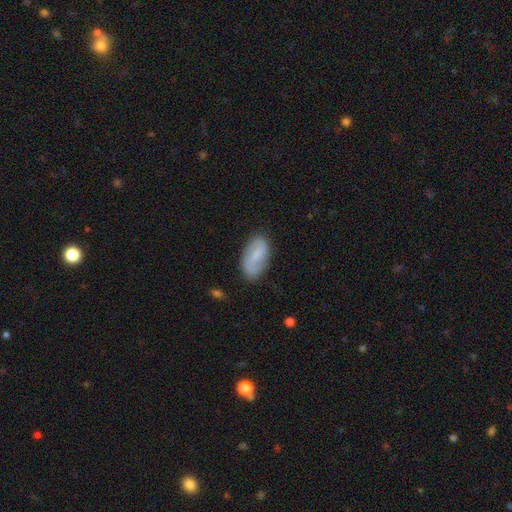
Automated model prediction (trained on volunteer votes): Smooth or featured?
  - smooth: 47% *
  - featured or disk: 46%
  - star or artifact: 7%
Merging?
  - none: 79% *
  - minor disturbance: 15%
  - major disturbance: 4%
  - merger: 2%